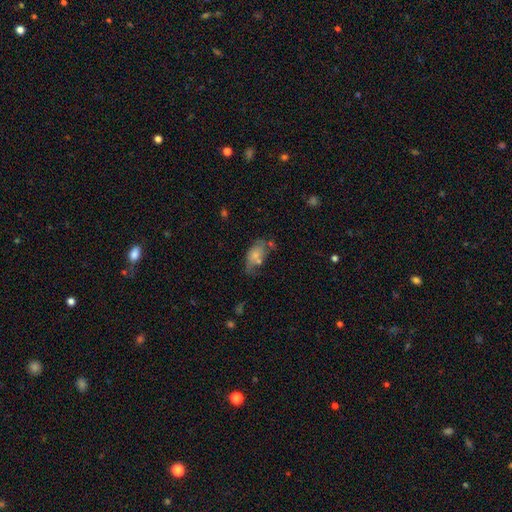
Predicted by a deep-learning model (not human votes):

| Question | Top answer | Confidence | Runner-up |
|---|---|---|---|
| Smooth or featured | smooth | 65% | featured or disk (26%) |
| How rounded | in between | 90% | round (6%) |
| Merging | none | 36% | minor disturbance (27%) |